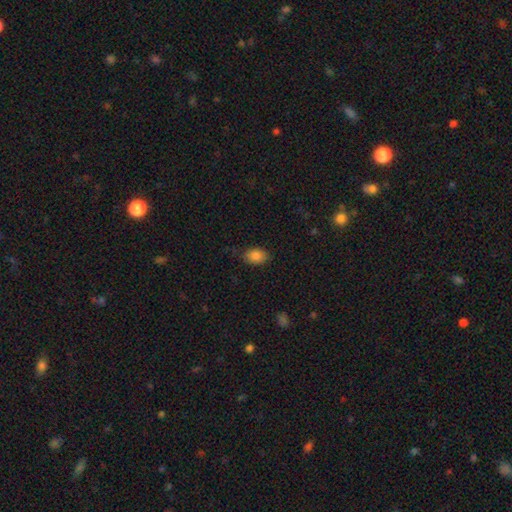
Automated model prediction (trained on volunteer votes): This is clearly a smooth galaxy (86%). How rounded: clearly in between (84%). Merging: likely none (79%).